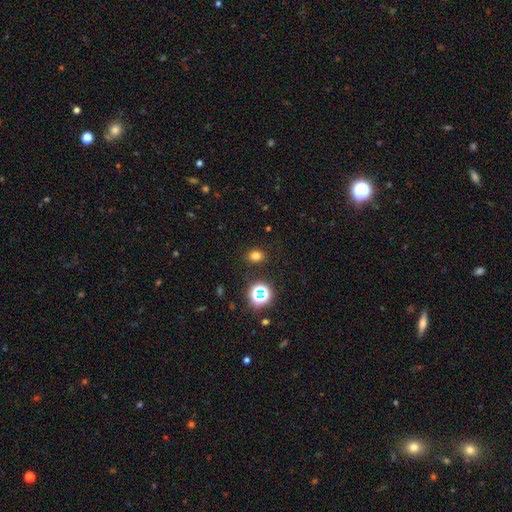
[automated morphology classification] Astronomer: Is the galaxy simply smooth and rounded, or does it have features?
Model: smooth — 74%.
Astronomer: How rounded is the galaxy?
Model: round — 53% (runner-up: in between, 46%).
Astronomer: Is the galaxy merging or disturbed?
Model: none — 87%.